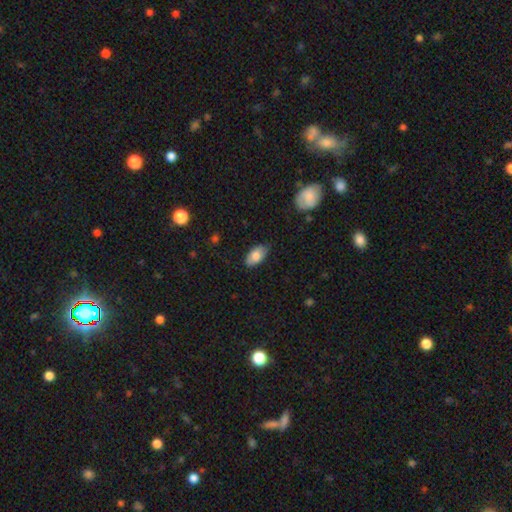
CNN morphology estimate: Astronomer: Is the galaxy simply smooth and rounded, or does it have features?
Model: smooth — 81%.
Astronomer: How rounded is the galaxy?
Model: in between — 93%.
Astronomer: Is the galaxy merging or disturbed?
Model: none — 74%.